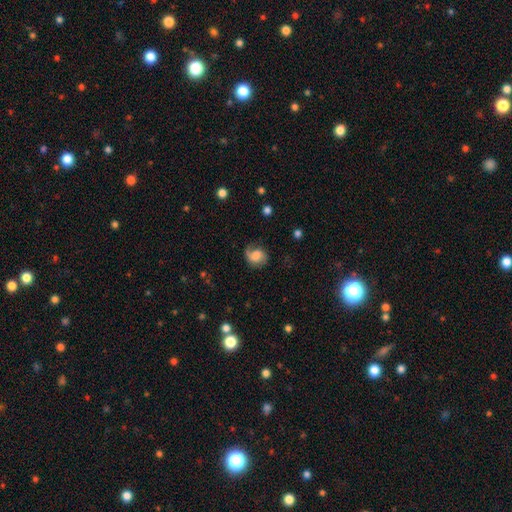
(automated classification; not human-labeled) smooth-or-featured: featured or disk: 45% (tied) | smooth: 45% (tied) | star or artifact: 9%
  merging: none: 60% | minor disturbance: 24% | major disturbance: 14% | merger: 2%